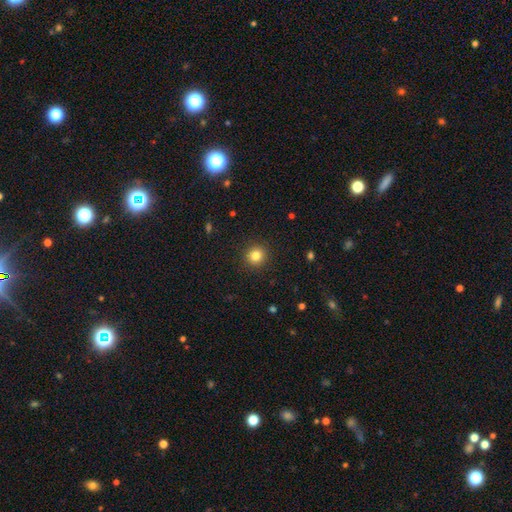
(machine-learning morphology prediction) smooth 82%, star or artifact 12%, featured or disk 6%. Down the decision tree: how rounded — round (92%); merging — none (92%).